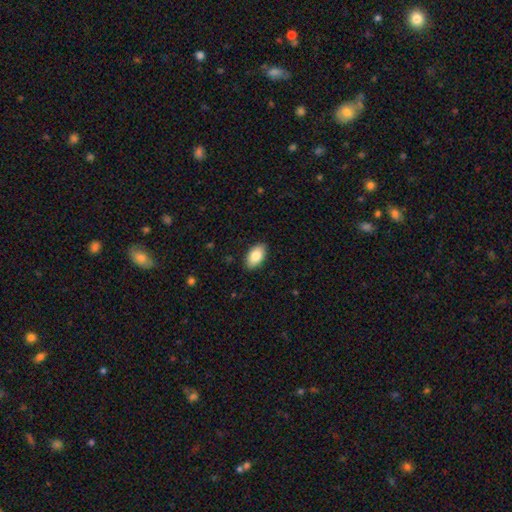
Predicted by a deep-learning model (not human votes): Smooth or featured? Predicted: smooth (p=0.85). How rounded? Predicted: in between (p=0.94). Merging? Predicted: none (p=0.88).